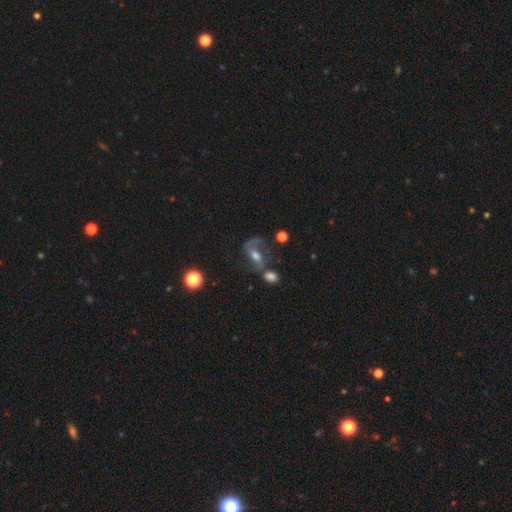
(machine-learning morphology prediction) A featured or disk galaxy (68%) with a weak bar (40%), 2 (76%) loose (47%) spiral arms (83%) and a moderate central bulge (65%).

Vote fractions:
- Smooth or featured? featured or disk: 68% / smooth: 20% / star or artifact: 12%
- Edge-on disk? no: 94% / yes: 6%
- Bar? weak: 40% / no: 34% / strong: 26%
- Spiral arms? yes: 83% / no: 17%
- Spiral winding? loose: 47% / medium: 40% / tight: 13%
- Spiral arm count? 2: 76% / 1: 13% / can't tell: 7% / 3: 1% / 4: 1% / more than 4: 1%
- Bulge size? moderate: 65% / small: 20% / large: 10% / none: 3% / dominant: 2%
- Merging? none: 44% / merger: 21% / major disturbance: 18% / minor disturbance: 16%